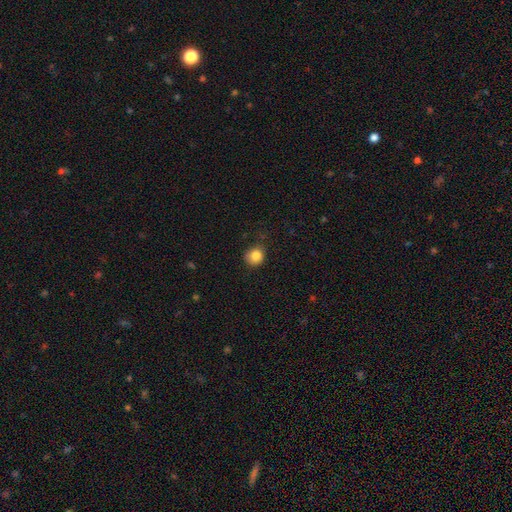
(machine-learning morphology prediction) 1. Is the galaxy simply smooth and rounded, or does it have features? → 83% smooth, 10% star or artifact, 6% featured or disk.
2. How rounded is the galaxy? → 81% round, 18% in between, 1% cigar-shaped.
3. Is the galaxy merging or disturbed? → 73% none, 21% minor disturbance, 5% major disturbance, 1% merger.